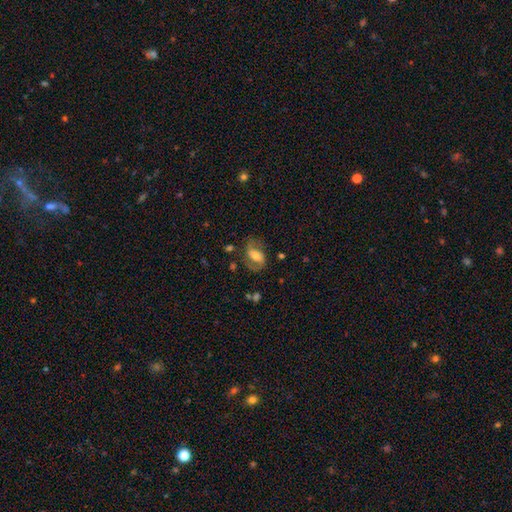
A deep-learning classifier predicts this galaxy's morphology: This is possibly a featured or disk galaxy (55%). It is clearly not viewed edge-on (94%). Bar: marginally weak (37%). Spiral arm pattern: likely yes (79%). Central bulge: possibly moderate (57%). Merging: likely none (62%).